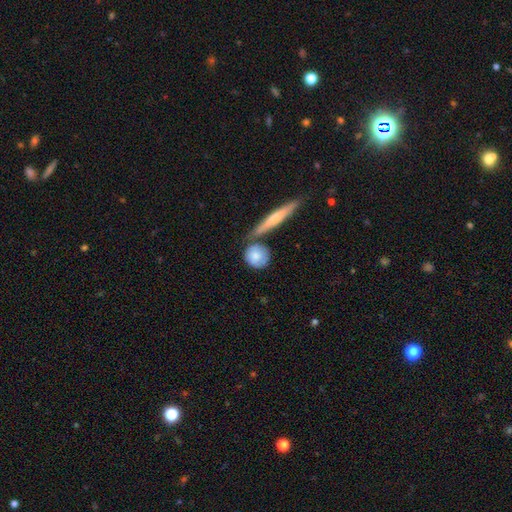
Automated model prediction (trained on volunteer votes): Smooth or featured?
  - smooth: 74% *
  - featured or disk: 21%
  - star or artifact: 5%
How rounded?
  - round: 78% *
  - in between: 15%
  - cigar-shaped: 8%
Merging?
  - none: 59% *
  - merger: 18%
  - minor disturbance: 17%
  - major disturbance: 5%